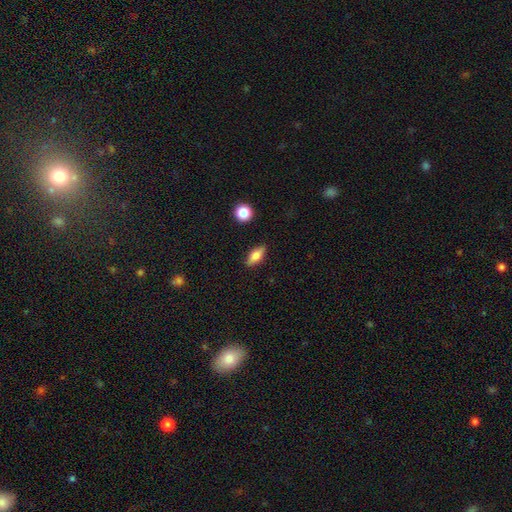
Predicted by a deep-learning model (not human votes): The model was most divided on "smooth or featured": smooth: 72%, featured or disk: 20%, star or artifact: 8%. More confident: merging — none (85%); how rounded — in between (77%).